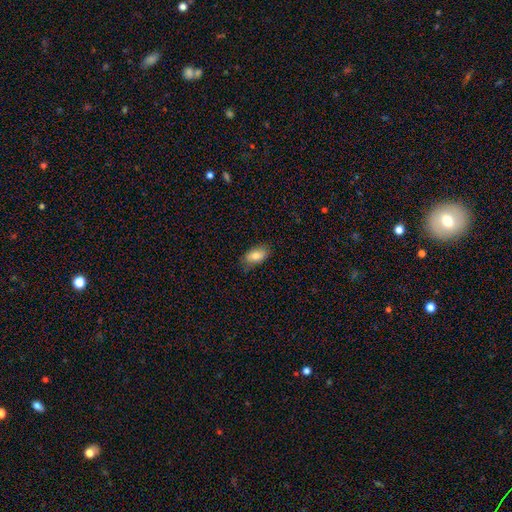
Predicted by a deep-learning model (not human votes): This appears to be a smooth galaxy with no disk features (81%) that is in between round and cigar-shaped (92%). Merging: none (78%).